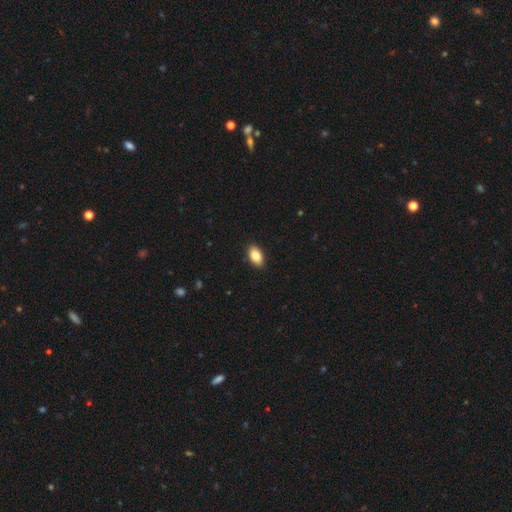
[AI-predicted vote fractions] Smooth or featured? smooth (85%)
How rounded? in between (93%)
Merging? none (90%)